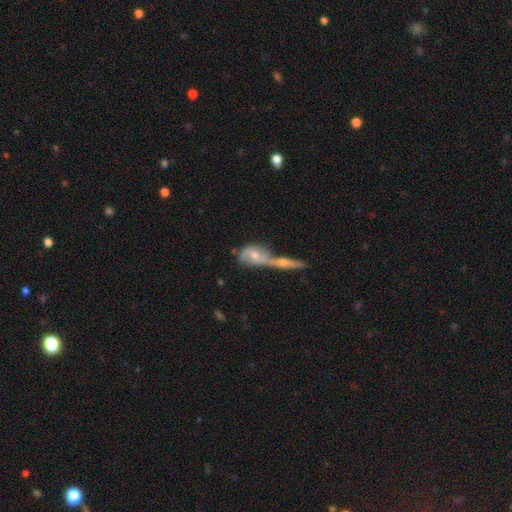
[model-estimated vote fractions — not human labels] Smooth or featured? featured or disk (56%)
Edge-on disk? no (78%)
Merging? merger (66%)